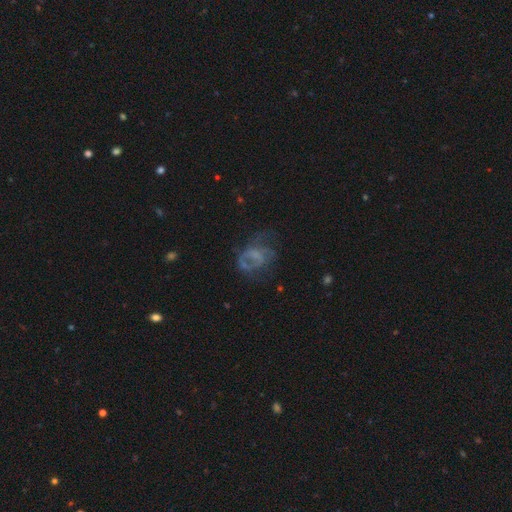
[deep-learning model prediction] This appears to be a featured or disk galaxy (54%) with no bar (71%), no spiral arms (61%) and no central bulge (60%). Merging: major disturbance (42%).